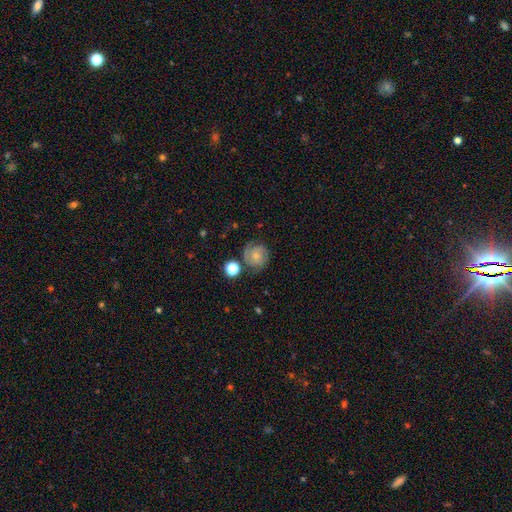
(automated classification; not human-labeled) Smooth or featured?
  - featured or disk: 63% *
  - smooth: 27%
  - star or artifact: 9%
Edge-on disk?
  - no: 98% *
  - yes: 2%
Bar?
  - no: 76% *
  - weak: 21%
  - strong: 4%
Spiral arms?
  - yes: 92% *
  - no: 8%
Spiral winding?
  - tight: 60% *
  - medium: 32%
  - loose: 8%
Spiral arm count?
  - 2: 56% *
  - can't tell: 18%
  - 3: 15%
  - 1: 6%
  - 4: 3%
  - more than 4: 2%
Bulge size?
  - small: 59% *
  - moderate: 32%
  - none: 6%
  - large: 2%
  - dominant: 1%
Merging?
  - none: 70% *
  - minor disturbance: 17%
  - major disturbance: 7%
  - merger: 6%